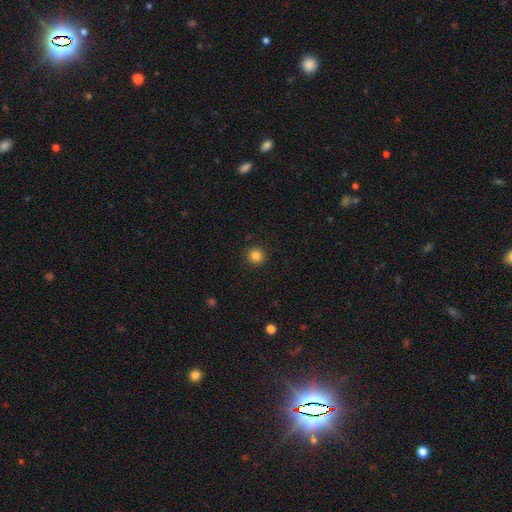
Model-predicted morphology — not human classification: smooth-or-featured: smooth: 84% | star or artifact: 12% | featured or disk: 4%
  how-rounded: round: 89% | in between: 10% | cigar-shaped: 1%
  merging: none: 91% | minor disturbance: 6% | major disturbance: 2% | merger: 1%